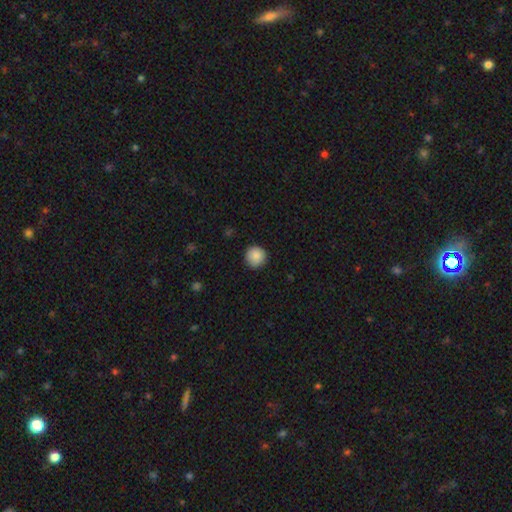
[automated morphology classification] Q: Smooth or featured?
A: smooth (87%); runner-up: star or artifact (8%)
Q: How rounded?
A: round (95%); runner-up: in between (4%)
Q: Merging?
A: none (87%); runner-up: minor disturbance (10%)